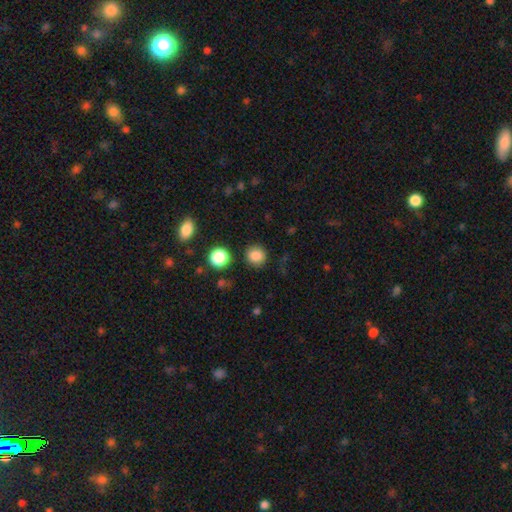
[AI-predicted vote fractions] Smooth or featured? smooth (85%)
How rounded? round (89%)
Merging? none (88%)